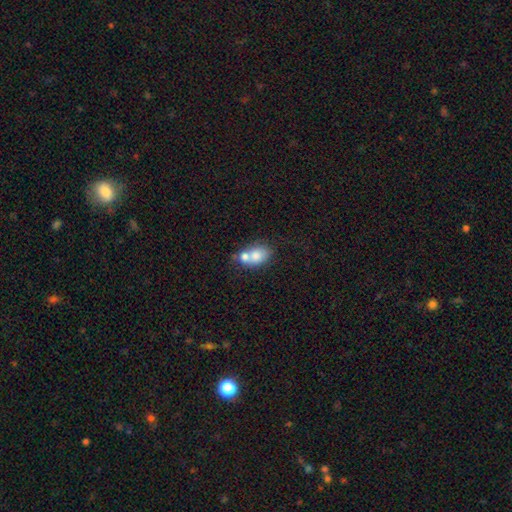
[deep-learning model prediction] A smooth galaxy with no disk features (72%) that is in between round and cigar-shaped (66%).

Vote fractions:
- Smooth or featured? smooth: 72% / featured or disk: 19% / star or artifact: 9%
- How rounded? in between: 66% / round: 32% / cigar-shaped: 2%
- Merging? merger: 60% / none: 25% / minor disturbance: 10% / major disturbance: 5%